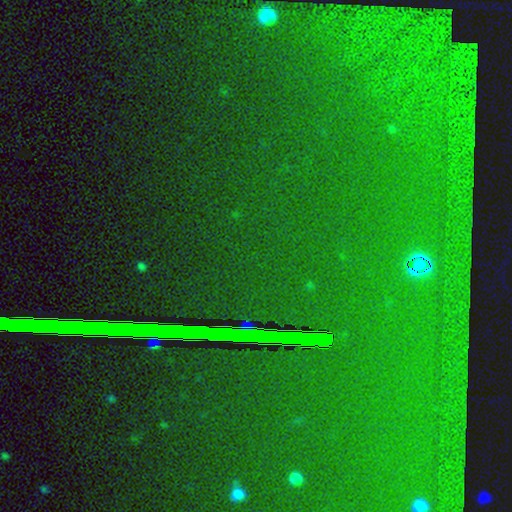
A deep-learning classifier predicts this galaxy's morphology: A star or artifact, not a galaxy (85%).